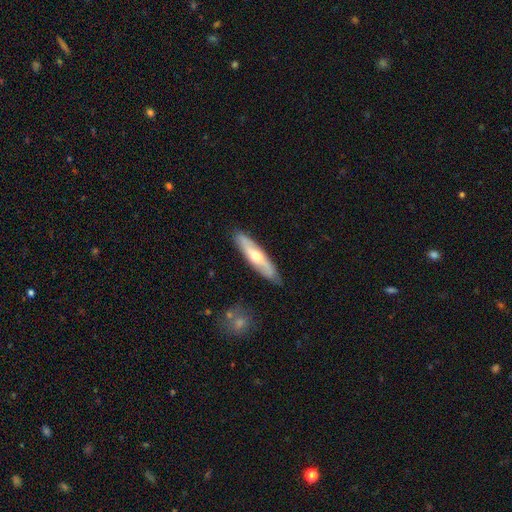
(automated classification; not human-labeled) smooth_or_featured: featured or disk (p=0.51) [alt: smooth p=0.44]
disk_edge_on: yes (p=0.63) [alt: no p=0.37]
merging: none (p=0.85) [alt: minor disturbance p=0.12]